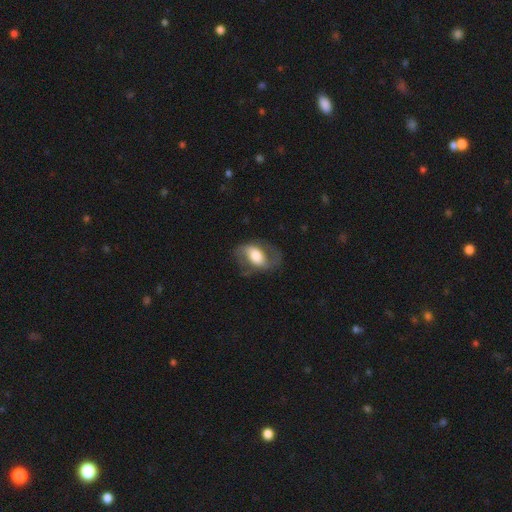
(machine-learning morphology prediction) type=featured or disk (61%); edge-on=no (94%); bar=no (39%); spiral arms=yes (76%); bulge=moderate (46%); merging=none (65%).